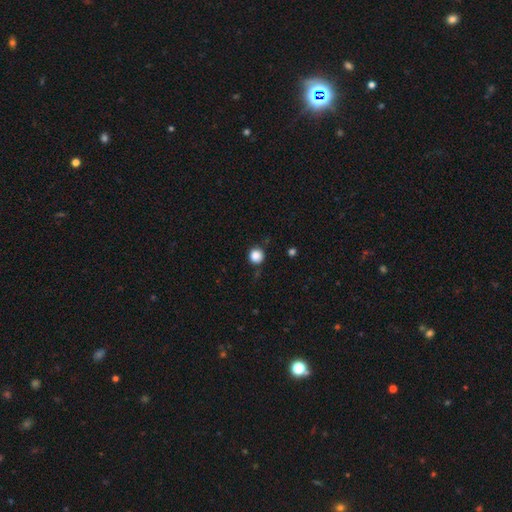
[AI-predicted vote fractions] A smooth galaxy with no disk features (86%) that is round (94%).

Vote fractions:
- Smooth or featured? smooth: 86% / star or artifact: 11% / featured or disk: 3%
- How rounded? round: 94% / in between: 5% / cigar-shaped: 1%
- Merging? none: 84% / minor disturbance: 11% / major disturbance: 3% / merger: 2%